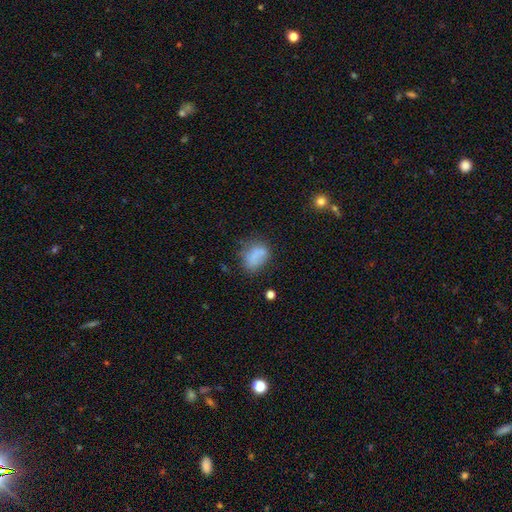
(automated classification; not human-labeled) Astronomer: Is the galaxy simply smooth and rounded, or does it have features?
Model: smooth — 74%.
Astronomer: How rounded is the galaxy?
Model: in between — 70%.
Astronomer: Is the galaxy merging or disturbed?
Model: none — 48% (runner-up: minor disturbance, 28%).